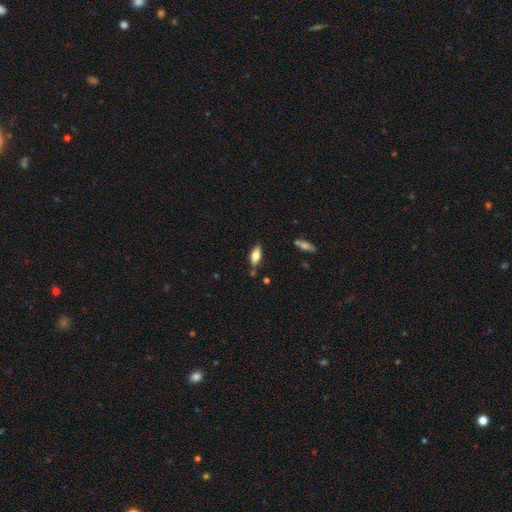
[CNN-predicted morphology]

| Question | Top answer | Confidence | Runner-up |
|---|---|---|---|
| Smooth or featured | smooth | 69% | featured or disk (24%) |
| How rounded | in between | 76% | cigar-shaped (21%) |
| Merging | none | 76% | minor disturbance (16%) |